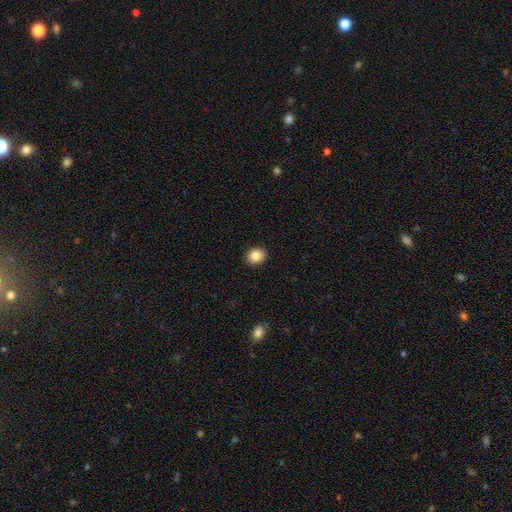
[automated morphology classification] This is clearly a smooth galaxy (85%). How rounded: likely round (66%). Merging: clearly none (91%).